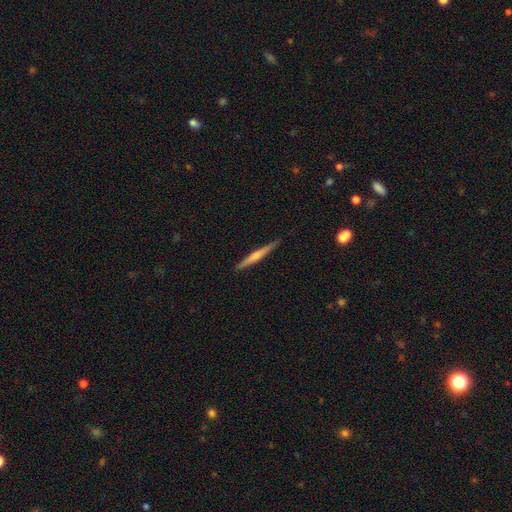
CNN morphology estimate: A featured or disk galaxy (68%) viewed edge-on (98%) with a rounded central bulge (72%). Merging: none (91%).